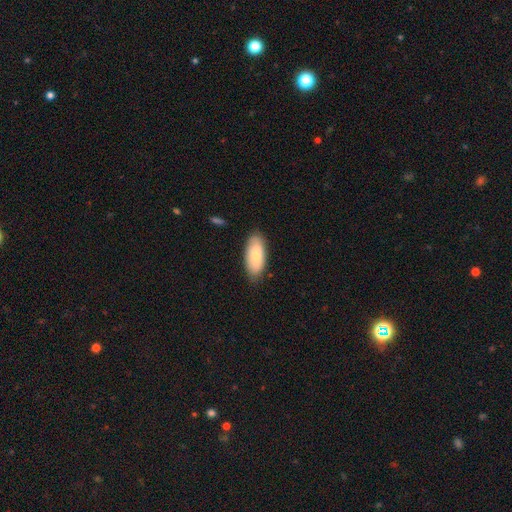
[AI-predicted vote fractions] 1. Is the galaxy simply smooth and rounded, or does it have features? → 78% smooth, 16% featured or disk, 6% star or artifact.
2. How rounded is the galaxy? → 87% in between, 11% cigar-shaped, 2% round.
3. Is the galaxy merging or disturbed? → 82% none, 14% minor disturbance, 3% major disturbance, 1% merger.